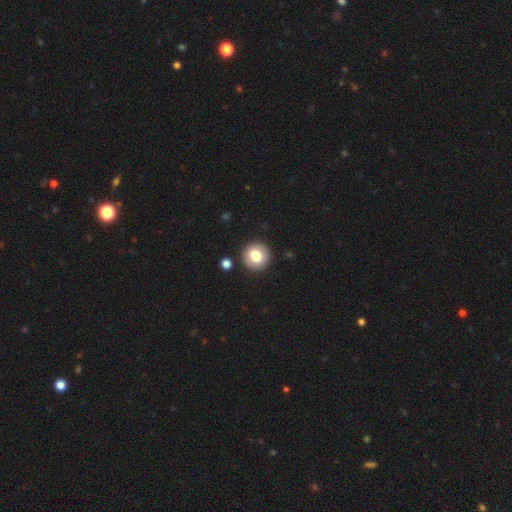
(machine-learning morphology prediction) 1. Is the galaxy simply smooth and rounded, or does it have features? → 79% smooth, 13% featured or disk, 8% star or artifact.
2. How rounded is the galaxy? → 93% round, 6% in between, 1% cigar-shaped.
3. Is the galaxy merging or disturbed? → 90% none, 6% minor disturbance, 2% merger, 2% major disturbance.